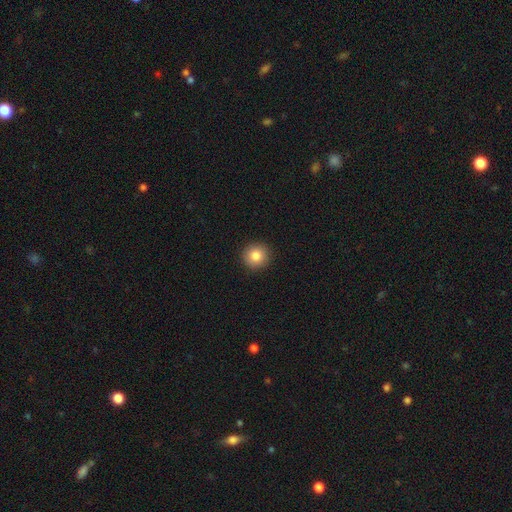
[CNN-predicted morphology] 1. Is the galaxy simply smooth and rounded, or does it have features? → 83% smooth, 10% star or artifact, 7% featured or disk.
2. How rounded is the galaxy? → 94% round, 5% in between, 1% cigar-shaped.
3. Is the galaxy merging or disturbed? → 92% none, 5% minor disturbance, 2% major disturbance, 1% merger.